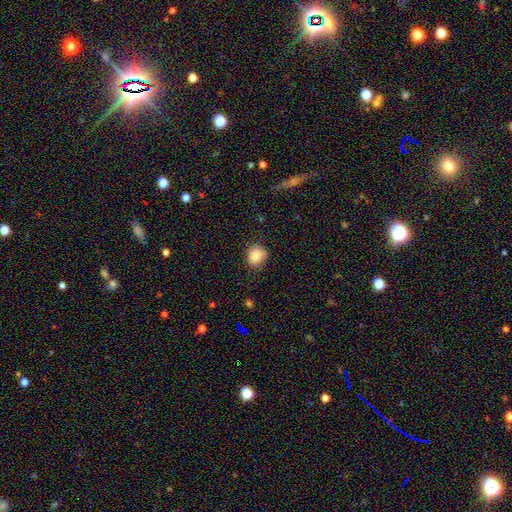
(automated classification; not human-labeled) This appears to be a smooth galaxy with no disk features (82%) that is round (81%). Merging: none (80%).